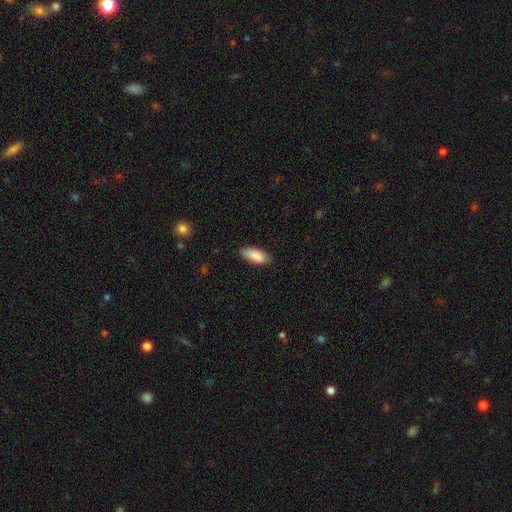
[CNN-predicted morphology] Smooth or featured?
  - smooth: 89% *
  - star or artifact: 6%
  - featured or disk: 6%
How rounded?
  - in between: 84% *
  - cigar-shaped: 14%
  - round: 2%
Merging?
  - none: 85% *
  - minor disturbance: 12%
  - major disturbance: 2%
  - merger: 1%